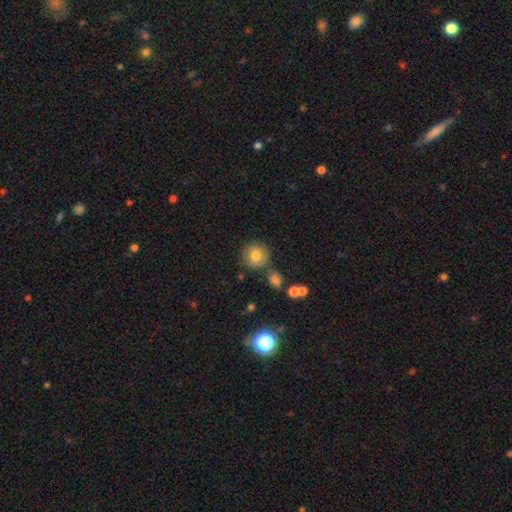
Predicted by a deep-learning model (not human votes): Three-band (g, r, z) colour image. It shows a smooth galaxy with no disk features (78%) that is round (89%). Merging: none (74%).